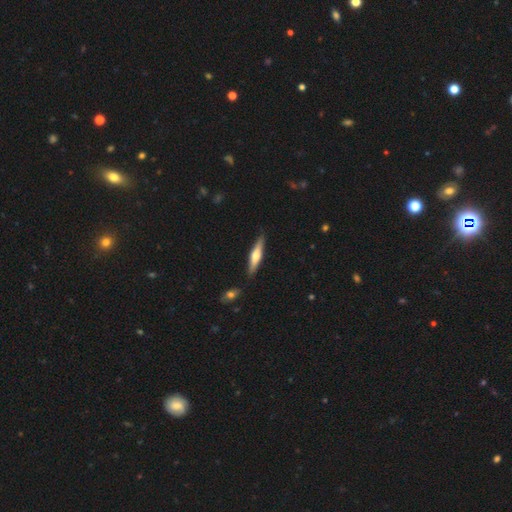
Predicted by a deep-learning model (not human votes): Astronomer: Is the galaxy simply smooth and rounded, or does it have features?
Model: featured or disk — 50% (runner-up: smooth, 45%).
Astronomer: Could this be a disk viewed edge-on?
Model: yes — 94%.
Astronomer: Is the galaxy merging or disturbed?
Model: none — 86%.